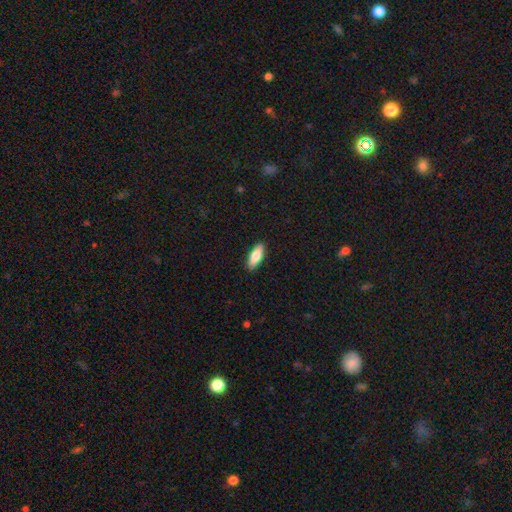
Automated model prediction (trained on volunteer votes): Morphology: type=smooth (76%); roundness=in between (66%); merging=none (90%).